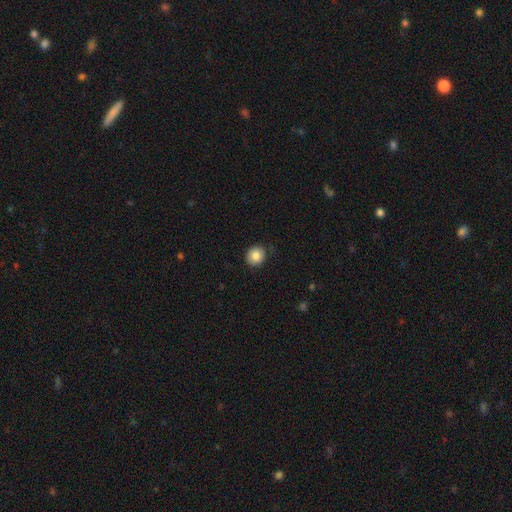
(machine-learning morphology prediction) type=smooth (82%); roundness=round (85%); merging=none (85%).